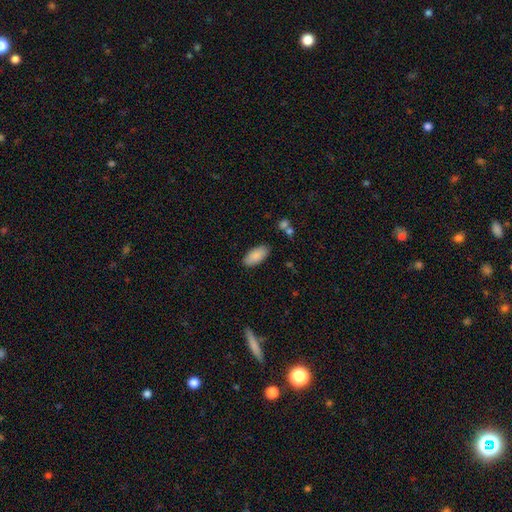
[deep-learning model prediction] smooth 88%, star or artifact 6%, featured or disk 5%. Down the decision tree: how rounded — in between (92%); merging — none (86%).